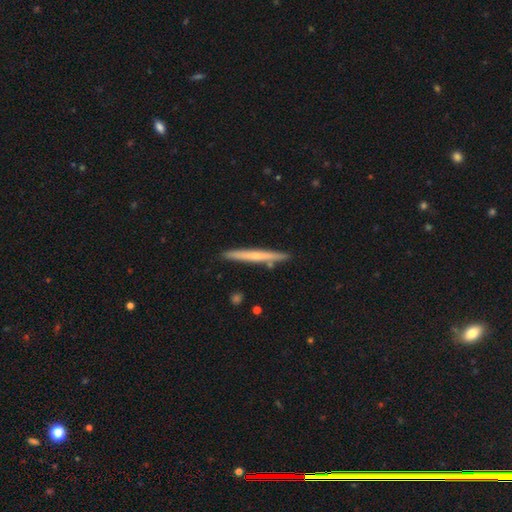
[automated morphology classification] Q: Smooth or featured?
A: featured or disk (50%); runner-up: smooth (45%)
Q: Merging?
A: none (88%); runner-up: minor disturbance (8%)